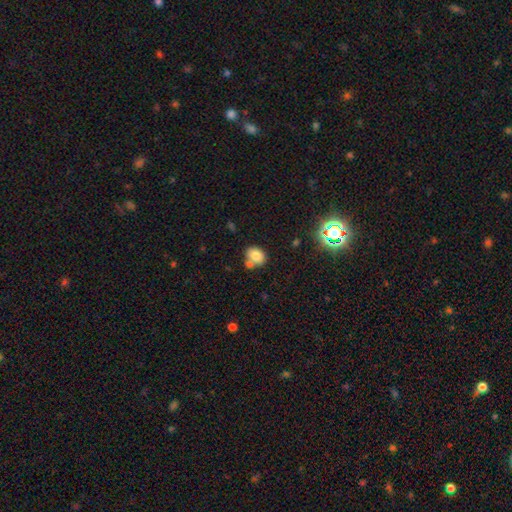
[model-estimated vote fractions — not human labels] This is likely a smooth galaxy (79%). How rounded: possibly in between (59%). Merging: possibly none (54%).